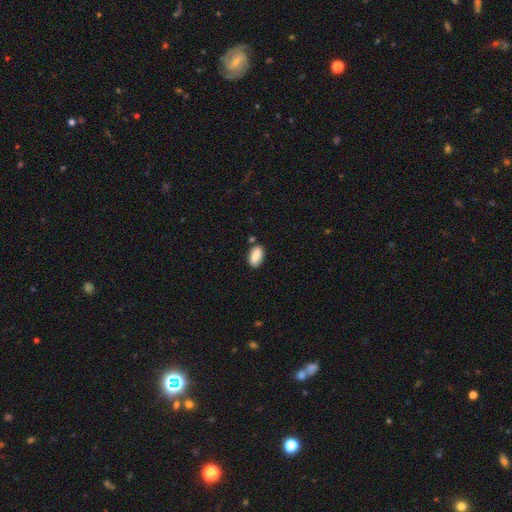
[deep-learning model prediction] Smooth or featured?
  - smooth: 84% *
  - featured or disk: 9%
  - star or artifact: 7%
How rounded?
  - in between: 92% *
  - cigar-shaped: 5%
  - round: 4%
Merging?
  - none: 79% *
  - minor disturbance: 14%
  - merger: 4%
  - major disturbance: 3%